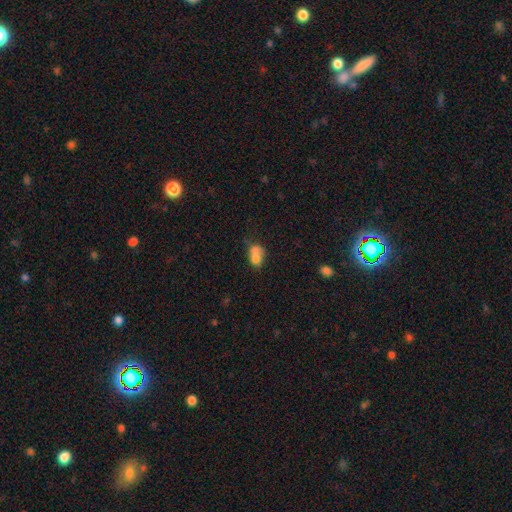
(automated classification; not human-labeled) A smooth galaxy with no disk features (71%) that is in between round and cigar-shaped (59%).

Vote fractions:
- Smooth or featured? smooth: 71% / featured or disk: 18% / star or artifact: 11%
- How rounded? in between: 59% / round: 39% / cigar-shaped: 2%
- Merging? merger: 58% / none: 23% / minor disturbance: 12% / major disturbance: 7%